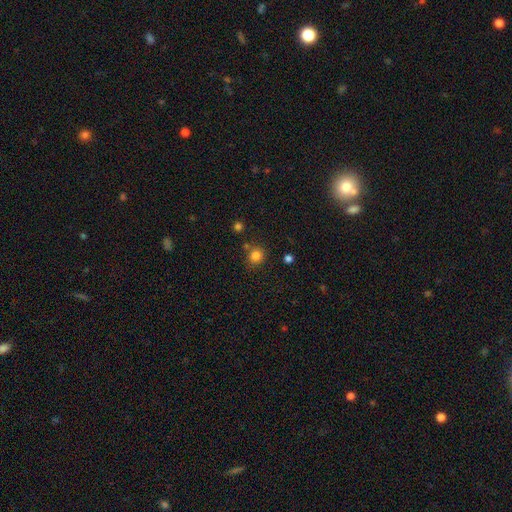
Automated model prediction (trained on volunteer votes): The model was most divided on "merging": none: 78%, minor disturbance: 11%, merger: 8%, major disturbance: 3%. More confident: how rounded — round (89%); smooth or featured — smooth (81%).